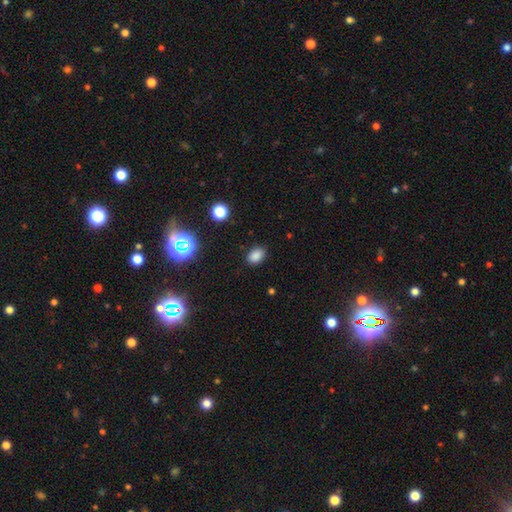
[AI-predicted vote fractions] Smooth or featured? smooth (82%)
How rounded? in between (78%)
Merging? none (87%)